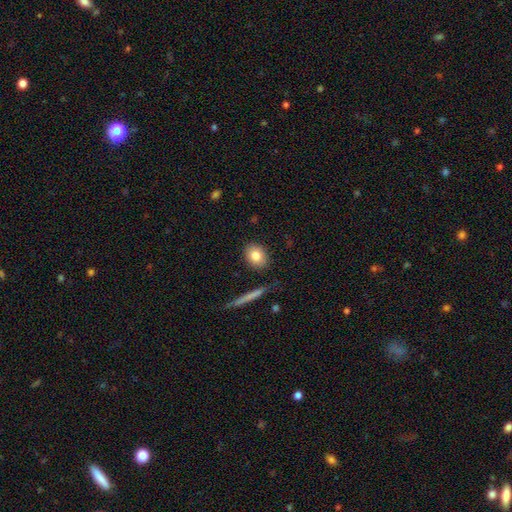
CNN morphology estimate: Overall: smooth (81%). How rounded: in between (50%; round 48%). Merging: none (87%).